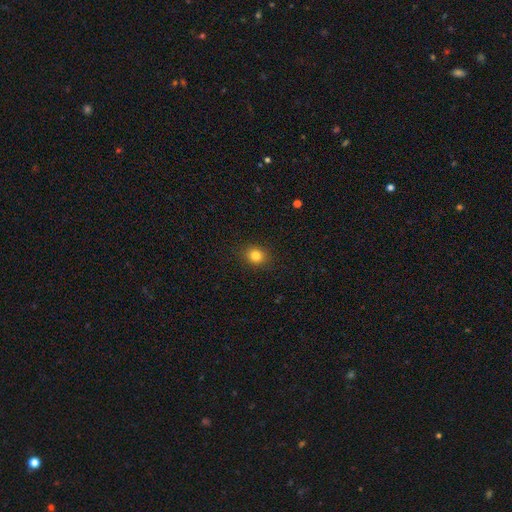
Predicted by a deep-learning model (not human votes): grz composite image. It shows a smooth galaxy with no disk features (82%) that is round (70%). Merging: none (90%).